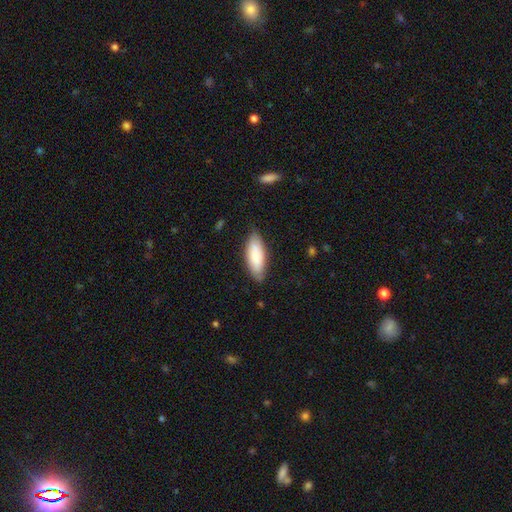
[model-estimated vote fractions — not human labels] Smooth or featured: smooth — 82% (featured or disk — 12%)
How rounded: in between — 73% (cigar-shaped — 25%)
Merging: none — 79% (minor disturbance — 17%)